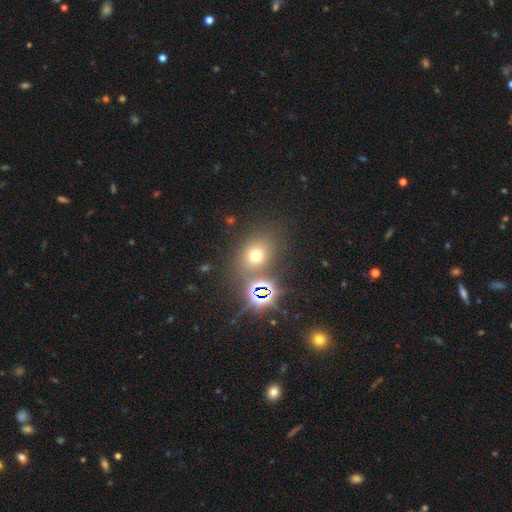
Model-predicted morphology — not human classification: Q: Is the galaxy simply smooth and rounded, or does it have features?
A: smooth — 59%.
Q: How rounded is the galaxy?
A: round — 61%.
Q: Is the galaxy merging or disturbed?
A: none — 75%.